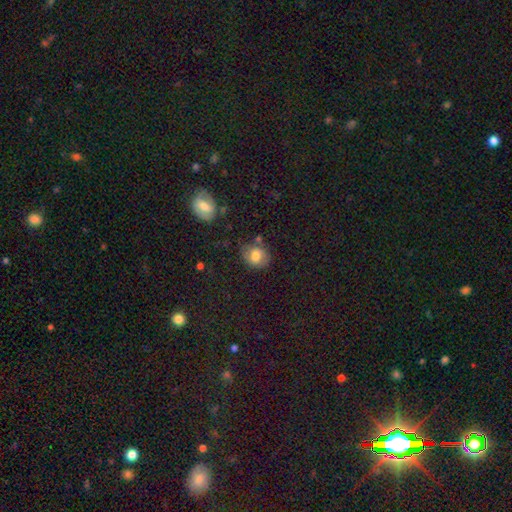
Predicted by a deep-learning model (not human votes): Morphology: type=smooth (73%); roundness=round (56%); merging=none (70%).